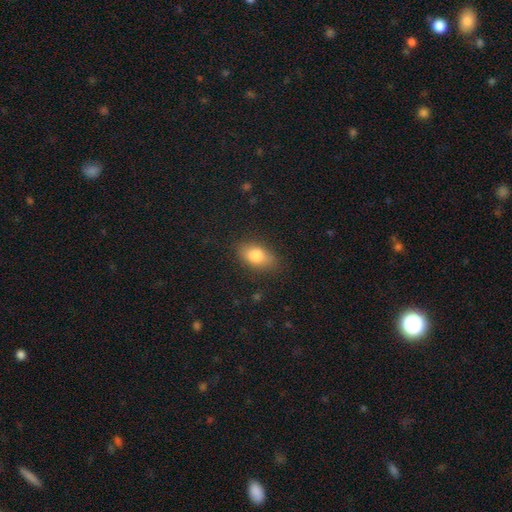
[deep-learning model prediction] Smooth or featured? Predicted: smooth (p=0.82). How rounded? Predicted: in between (p=0.87). Merging? Predicted: none (p=0.82).